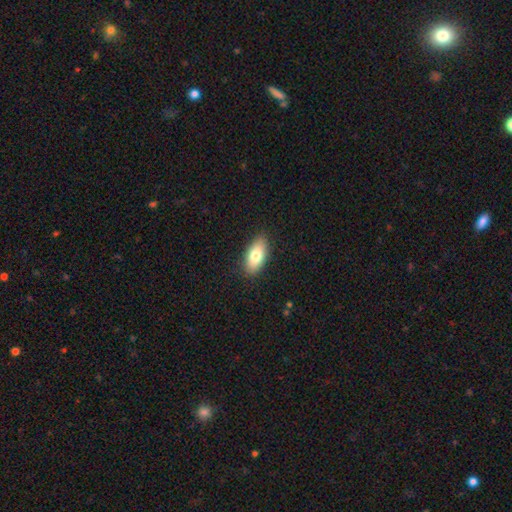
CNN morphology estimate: Smooth or featured? smooth (79%)
How rounded? in between (90%)
Merging? none (87%)